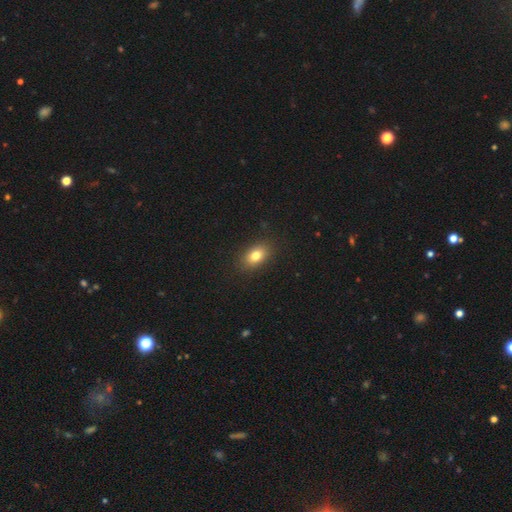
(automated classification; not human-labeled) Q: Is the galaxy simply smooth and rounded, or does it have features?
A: smooth — 80%.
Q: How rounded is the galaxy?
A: in between — 82%.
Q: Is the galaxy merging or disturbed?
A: none — 88%.